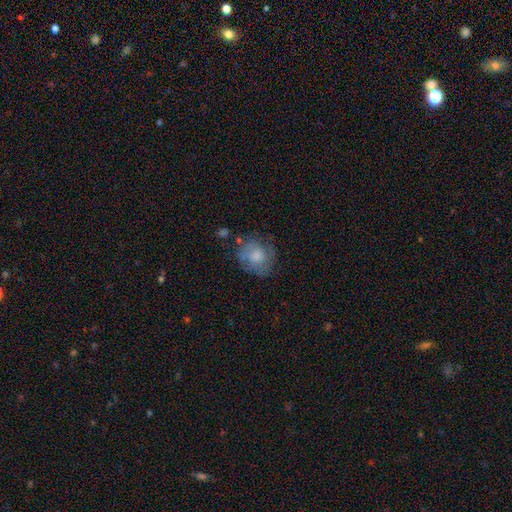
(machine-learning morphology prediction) This appears to be a smooth galaxy with no disk features (57%) that is round (70%). Merging: none (58%).